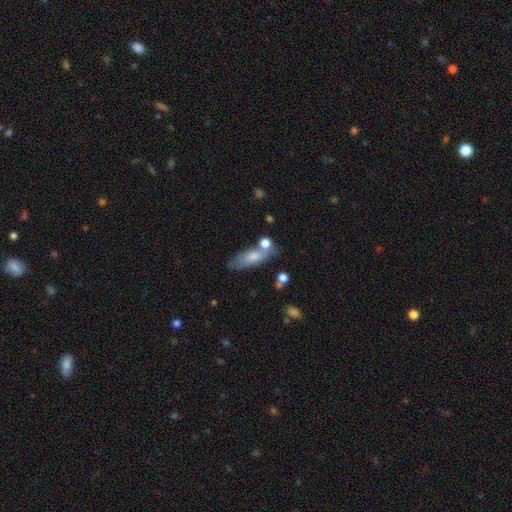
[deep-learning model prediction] smooth_or_featured: smooth (p=0.66) [alt: featured or disk p=0.24]
how_rounded: in between (p=0.56) [alt: cigar-shaped p=0.40]
merging: none (p=0.61) [alt: minor disturbance p=0.19]